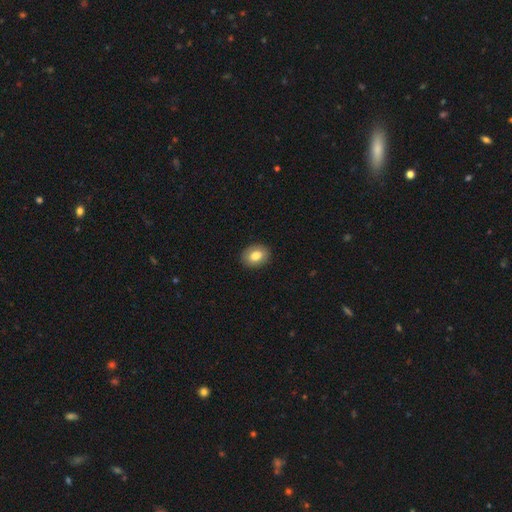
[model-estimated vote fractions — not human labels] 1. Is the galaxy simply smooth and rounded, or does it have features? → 80% smooth, 13% featured or disk, 8% star or artifact.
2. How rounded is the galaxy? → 61% in between, 38% round, 1% cigar-shaped.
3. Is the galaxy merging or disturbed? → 90% none, 7% minor disturbance, 2% major disturbance, 1% merger.